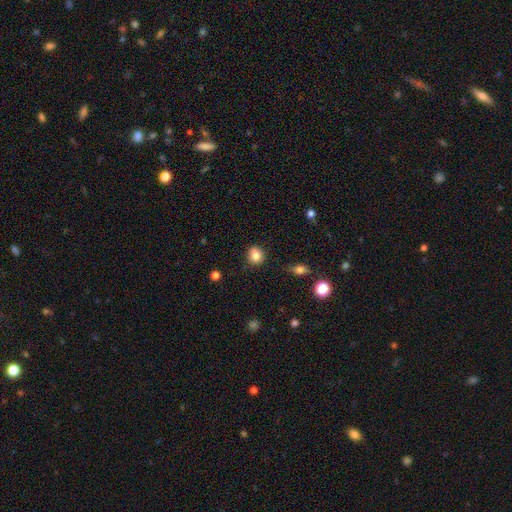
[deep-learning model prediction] This is clearly a smooth galaxy (81%). How rounded: clearly round (83%). Merging: likely none (77%).